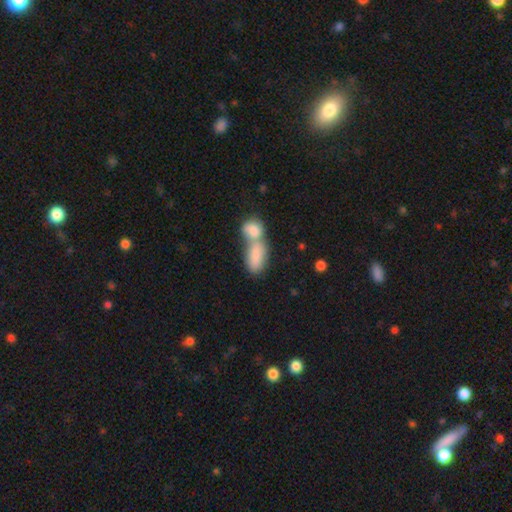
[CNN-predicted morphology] smooth_or_featured: smooth (p=0.83) [alt: featured or disk p=0.10]
how_rounded: in between (p=0.88) [alt: cigar-shaped p=0.06]
merging: merger (p=0.70) [alt: none p=0.19]